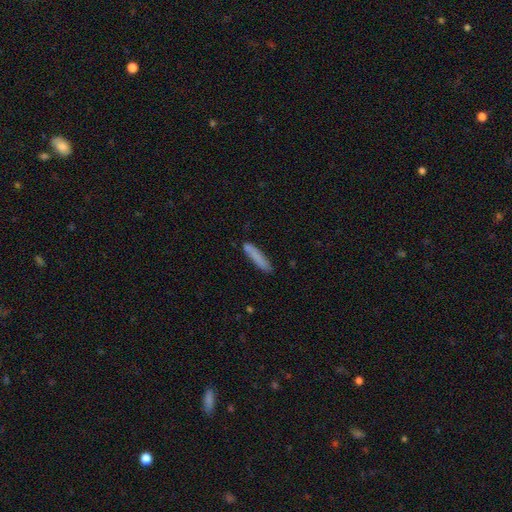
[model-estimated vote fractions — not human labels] Overall: smooth (81%). How rounded: cigar-shaped (91%). Merging: none (85%).